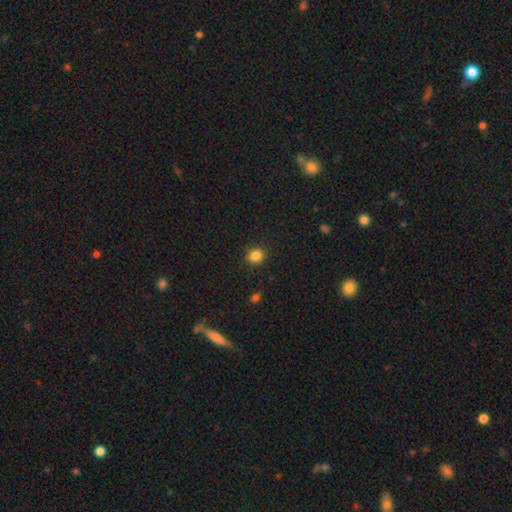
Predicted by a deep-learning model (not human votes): Smooth or featured? Predicted: smooth (p=0.85). How rounded? Predicted: round (p=0.68). Merging? Predicted: none (p=0.87).